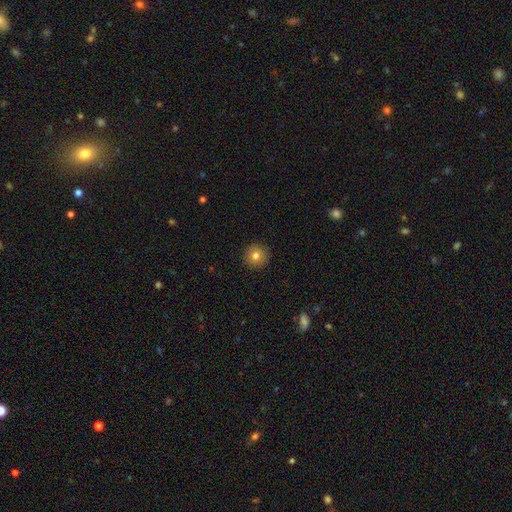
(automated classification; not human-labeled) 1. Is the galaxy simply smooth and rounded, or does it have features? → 80% smooth, 11% star or artifact, 9% featured or disk.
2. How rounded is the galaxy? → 95% round, 4% in between, 1% cigar-shaped.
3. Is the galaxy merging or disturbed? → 92% none, 5% minor disturbance, 2% major disturbance, 1% merger.